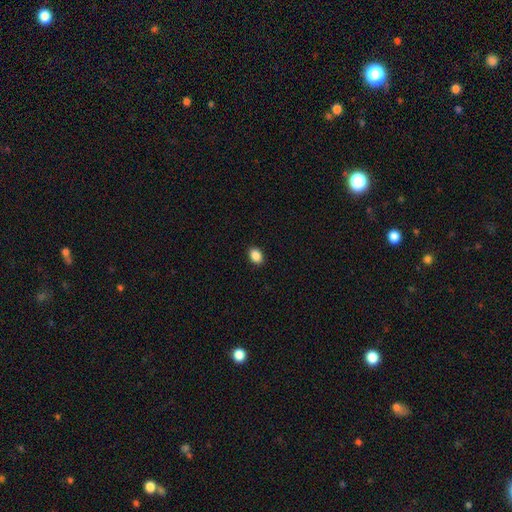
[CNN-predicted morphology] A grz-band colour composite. It shows a smooth galaxy with no disk features (89%) that is in between round and cigar-shaped (73%). Merging: none (91%).